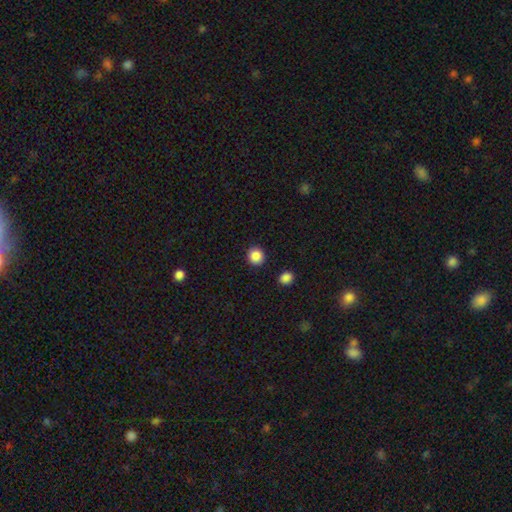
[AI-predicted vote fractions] Smooth or featured? smooth (88%)
How rounded? round (92%)
Merging? none (91%)